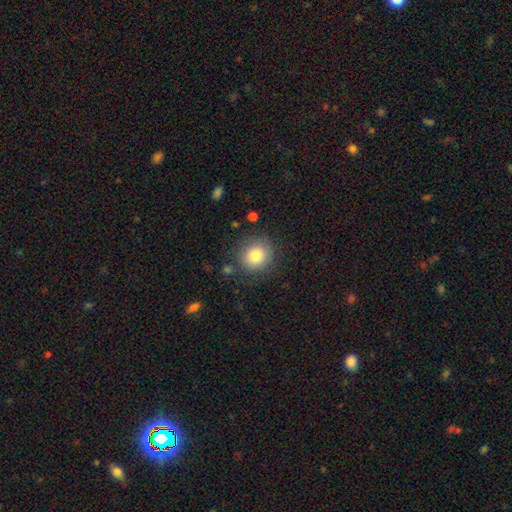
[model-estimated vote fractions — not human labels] The model was most divided on "smooth or featured": smooth: 80%, star or artifact: 10%, featured or disk: 10%. More confident: how rounded — round (88%); merging — none (84%).